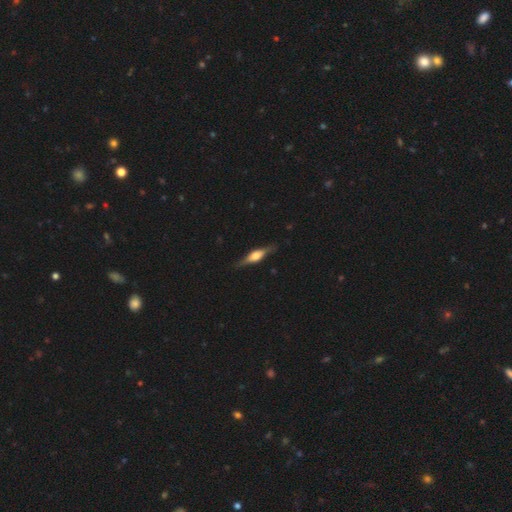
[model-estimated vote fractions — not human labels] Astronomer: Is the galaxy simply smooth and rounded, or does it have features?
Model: featured or disk — 69%.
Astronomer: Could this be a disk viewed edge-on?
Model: yes — 95%.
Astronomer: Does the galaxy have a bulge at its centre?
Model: rounded — 88%.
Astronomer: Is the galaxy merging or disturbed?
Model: none — 85%.